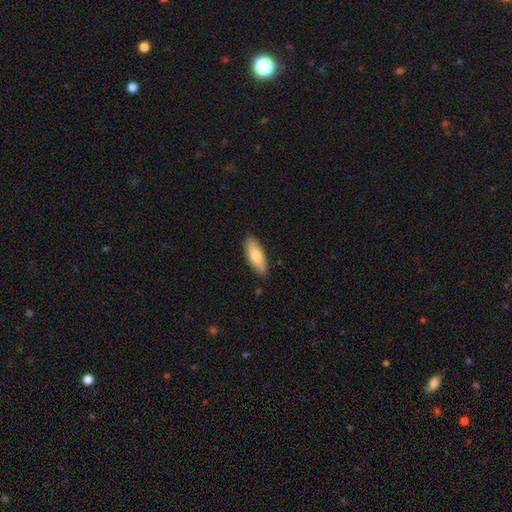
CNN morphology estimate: The model was most divided on "how rounded": in between: 64%, cigar-shaped: 33%, round: 2%. More confident: merging — none (87%); smooth or featured — smooth (76%).